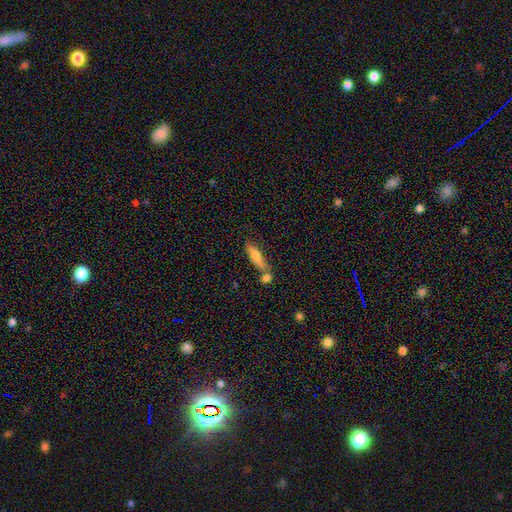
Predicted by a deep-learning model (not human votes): A smooth galaxy with no disk features (68%) that is cigar-shaped (71%). Merging: none (59%).